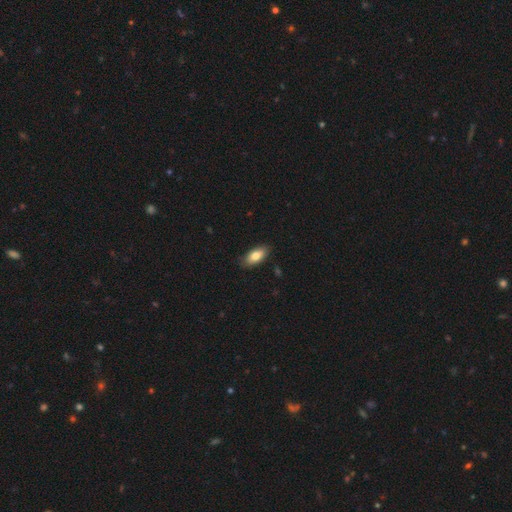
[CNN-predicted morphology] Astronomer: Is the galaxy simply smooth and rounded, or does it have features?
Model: smooth — 80%.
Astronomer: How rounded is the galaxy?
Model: in between — 88%.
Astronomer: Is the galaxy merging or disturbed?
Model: none — 85%.